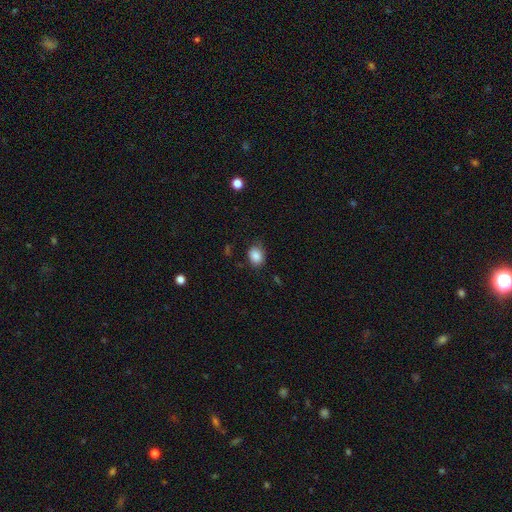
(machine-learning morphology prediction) Overall: smooth (86%). How rounded: in between (59%; round 41%). Merging: none (73%).